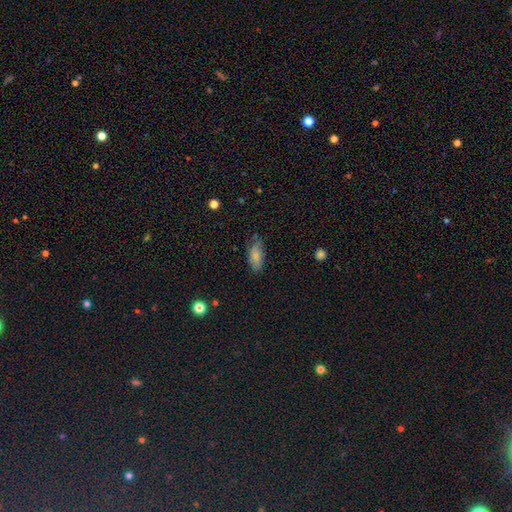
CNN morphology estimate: This is clearly a smooth galaxy (82%). How rounded: clearly in between (87%). Merging: likely none (69%).